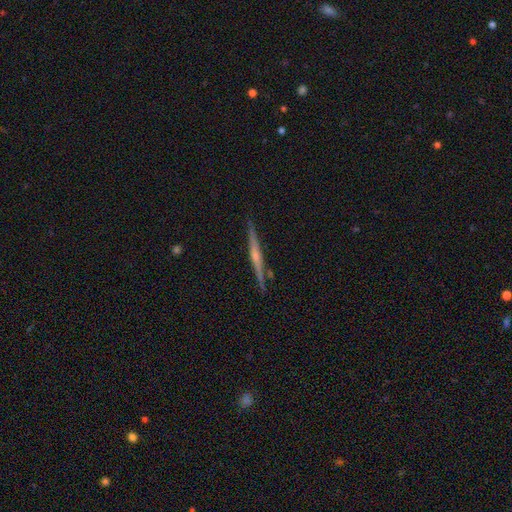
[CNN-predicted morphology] Smooth or featured?
  - featured or disk: 74% *
  - smooth: 20%
  - star or artifact: 6%
Edge-on disk?
  - yes: 98% *
  - no: 2%
Edge-on bulge?
  - rounded: 62% *
  - none: 27%
  - boxy: 11%
Merging?
  - none: 90% *
  - minor disturbance: 7%
  - merger: 2%
  - major disturbance: 1%